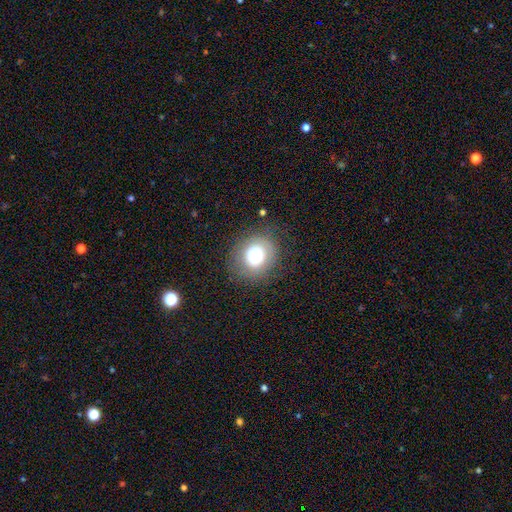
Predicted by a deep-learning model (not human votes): Smooth or featured? smooth (62%)
How rounded? round (80%)
Merging? none (80%)